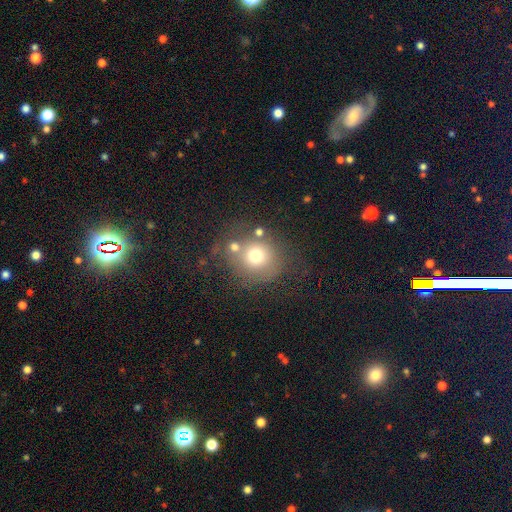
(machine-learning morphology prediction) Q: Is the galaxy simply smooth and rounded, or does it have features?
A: smooth — 68%.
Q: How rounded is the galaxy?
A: round — 87%.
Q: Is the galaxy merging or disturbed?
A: none — 60%.